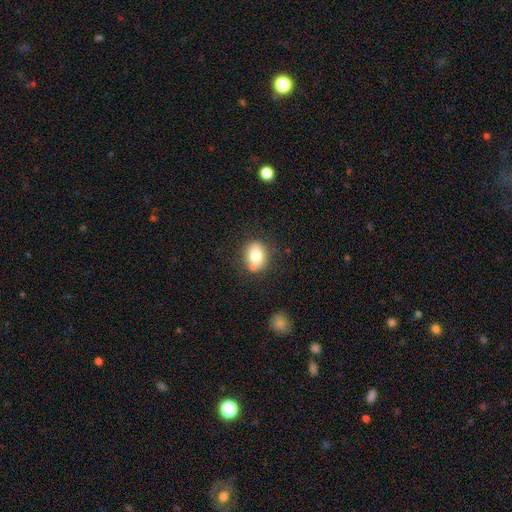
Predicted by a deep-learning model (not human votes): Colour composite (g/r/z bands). It shows a smooth galaxy with no disk features (75%) that is round (52%). Merging: none (73%).